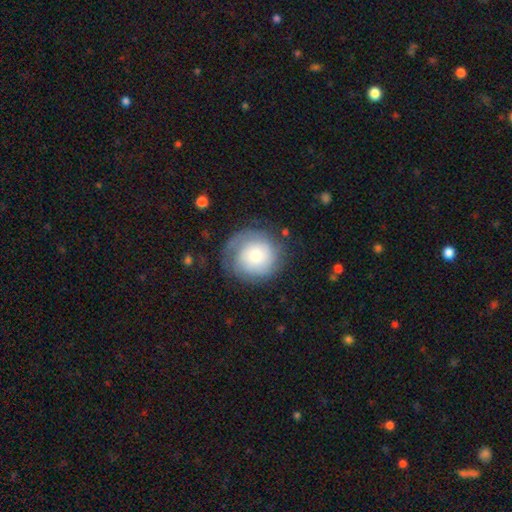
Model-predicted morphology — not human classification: This appears to be a featured or disk galaxy (48%). Merging: none (70%).